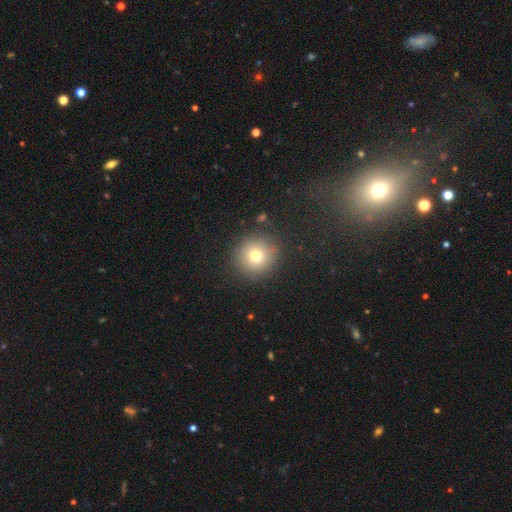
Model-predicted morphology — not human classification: A smooth galaxy with no disk features (75%) that is round (94%).

Vote fractions:
- Smooth or featured? smooth: 75% / star or artifact: 14% / featured or disk: 11%
- How rounded? round: 94% / in between: 5% / cigar-shaped: 1%
- Merging? none: 88% / minor disturbance: 7% / major disturbance: 3% / merger: 2%